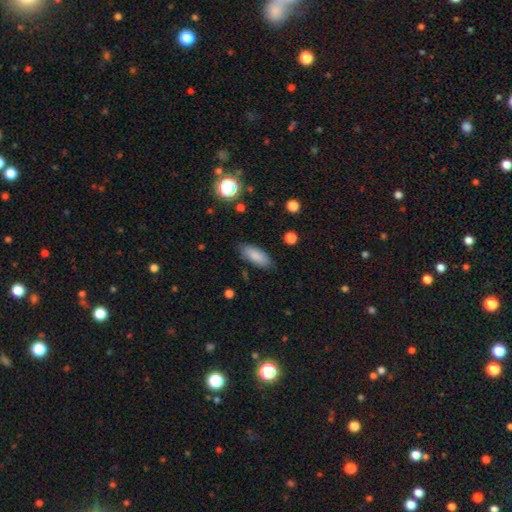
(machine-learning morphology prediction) Q: Smooth or featured?
A: smooth (85%); runner-up: featured or disk (8%)
Q: How rounded?
A: in between (80%); runner-up: cigar-shaped (18%)
Q: Merging?
A: none (83%); runner-up: minor disturbance (12%)